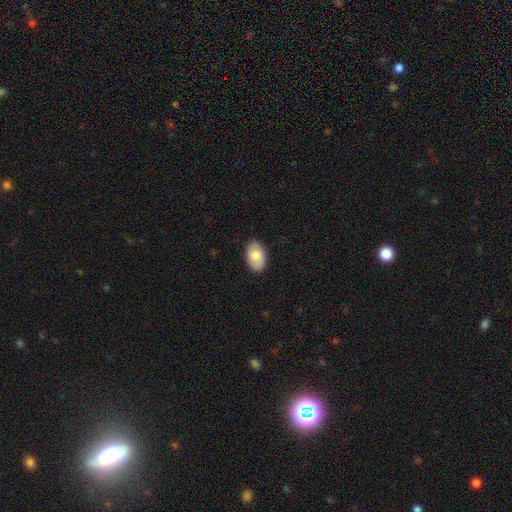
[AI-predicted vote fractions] This is likely a smooth galaxy (79%). How rounded: clearly in between (91%). Merging: clearly none (86%).